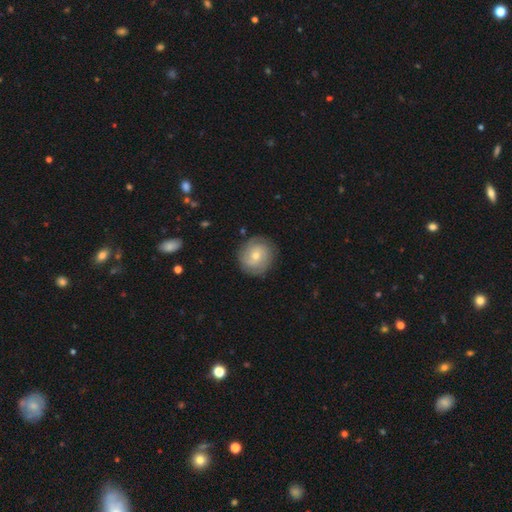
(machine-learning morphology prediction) smooth_or_featured: featured or disk (p=0.60) [alt: smooth p=0.31]
disk_edge_on: no (p=0.97) [alt: yes p=0.03]
bar: no (p=0.68) [alt: weak p=0.27]
has_spiral_arms: yes (p=0.87) [alt: no p=0.13]
spiral_winding: tight (p=0.65) [alt: medium p=0.26]
spiral_arm_count: can't tell (p=0.37) [alt: 2 p=0.29]
bulge_size: small (p=0.53) [alt: moderate p=0.44]
merging: none (p=0.85) [alt: minor disturbance p=0.11]